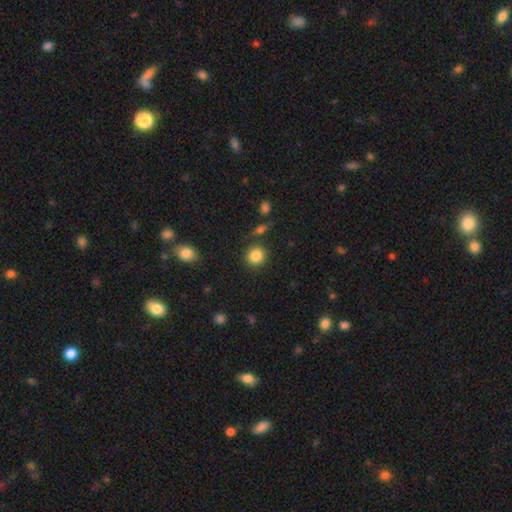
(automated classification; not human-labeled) Q: Smooth or featured?
A: smooth (86%); runner-up: star or artifact (10%)
Q: How rounded?
A: round (90%); runner-up: in between (9%)
Q: Merging?
A: none (84%); runner-up: minor disturbance (8%)